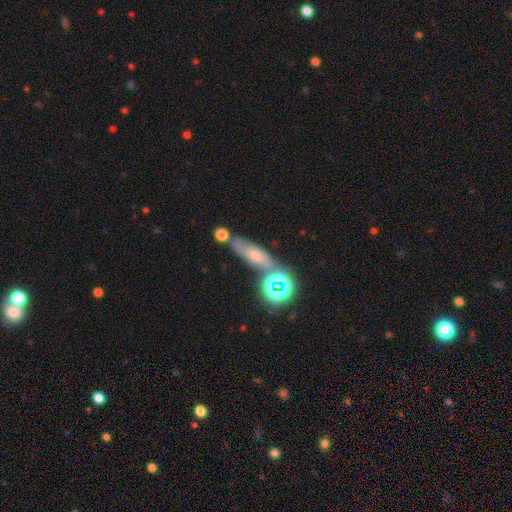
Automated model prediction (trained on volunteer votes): Morphology: type=smooth (51%); roundness=in between (44%); merging=none (60%).